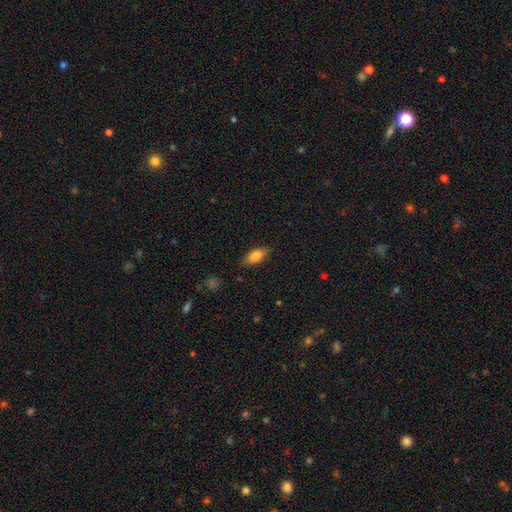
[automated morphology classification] type=smooth (80%); roundness=in between (83%); merging=none (81%).